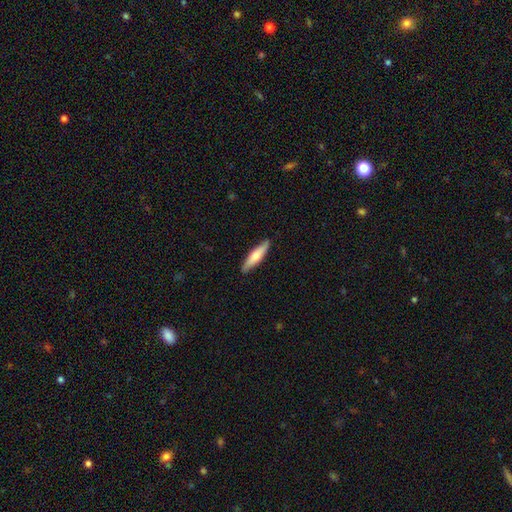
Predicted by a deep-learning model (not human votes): This is likely a smooth galaxy (63%). How rounded: likely cigar-shaped (76%). Merging: clearly none (87%).